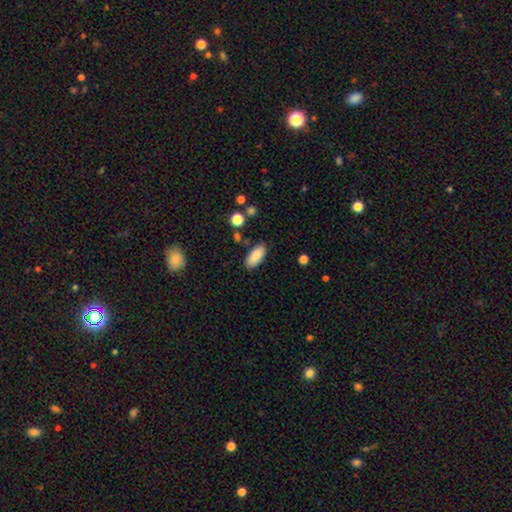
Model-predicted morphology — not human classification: smooth 87%, star or artifact 7%, featured or disk 6%. Down the decision tree: how rounded — in between (89%); merging — none (84%).